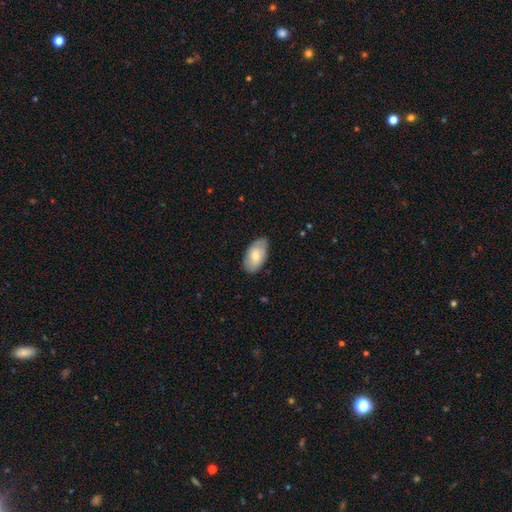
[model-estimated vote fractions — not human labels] smooth 70%, featured or disk 24%, star or artifact 6%. Down the decision tree: how rounded — in between (94%); merging — none (75%).